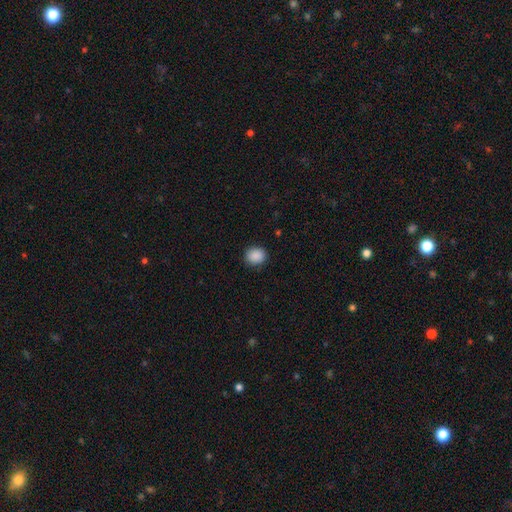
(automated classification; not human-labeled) smooth-or-featured: smooth: 89% | star or artifact: 8% | featured or disk: 3%
  how-rounded: round: 62% | in between: 37% | cigar-shaped: 1%
  merging: none: 87% | minor disturbance: 9% | major disturbance: 2% | merger: 1%